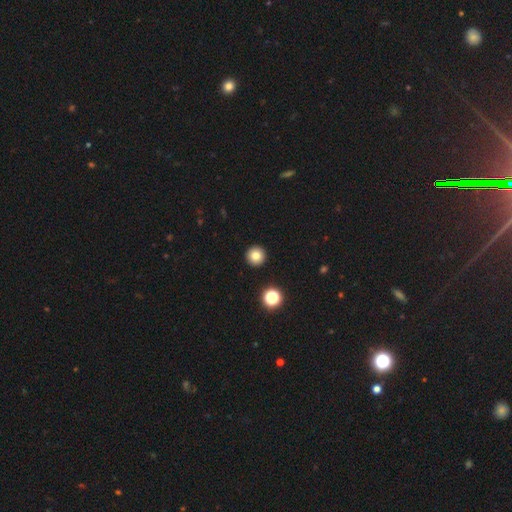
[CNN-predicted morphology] This is clearly a smooth galaxy (80%). How rounded: clearly round (96%). Merging: clearly none (93%).